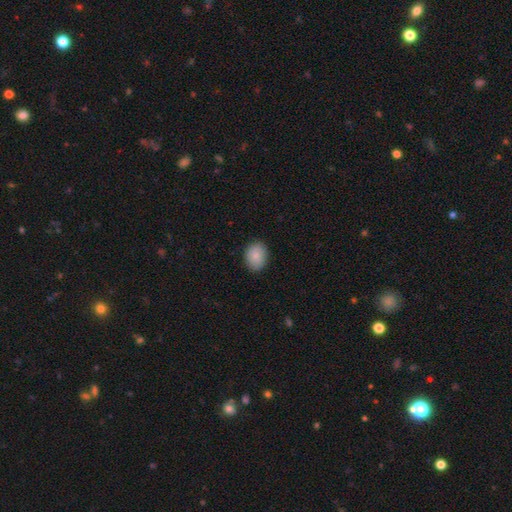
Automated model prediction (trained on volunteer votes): Smooth or featured: smooth — 86% (star or artifact — 7%)
How rounded: in between — 63% (round — 36%)
Merging: none — 87% (minor disturbance — 10%)